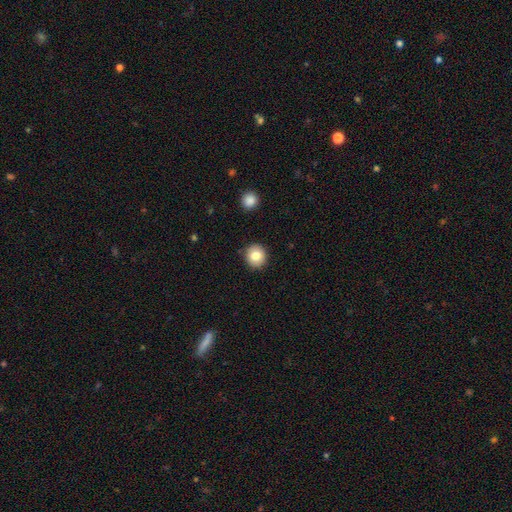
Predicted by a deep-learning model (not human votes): Smooth or featured?
  - smooth: 82% *
  - featured or disk: 9%
  - star or artifact: 9%
How rounded?
  - round: 91% *
  - in between: 8%
  - cigar-shaped: 1%
Merging?
  - none: 91% *
  - minor disturbance: 6%
  - major disturbance: 2%
  - merger: 1%